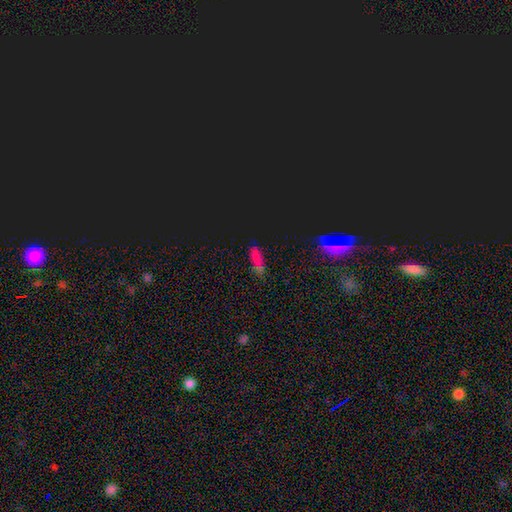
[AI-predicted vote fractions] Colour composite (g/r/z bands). It shows a star or artifact, not a galaxy (61%).